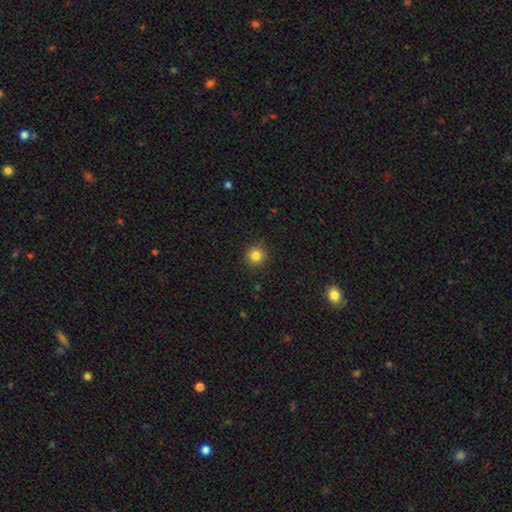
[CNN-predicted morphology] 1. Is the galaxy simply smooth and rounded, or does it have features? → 83% smooth, 12% star or artifact, 5% featured or disk.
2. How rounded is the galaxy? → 94% round, 5% in between, 1% cigar-shaped.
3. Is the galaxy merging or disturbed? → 91% none, 6% minor disturbance, 2% major disturbance, 1% merger.